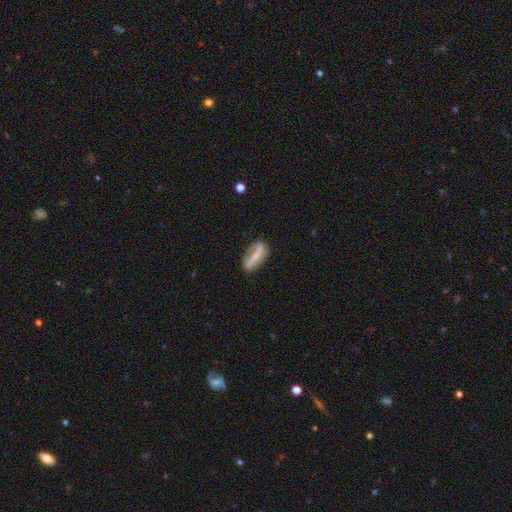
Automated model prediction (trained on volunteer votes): Smooth or featured: featured or disk — 50% (smooth — 43%)
Merging: none — 66% (minor disturbance — 22%)